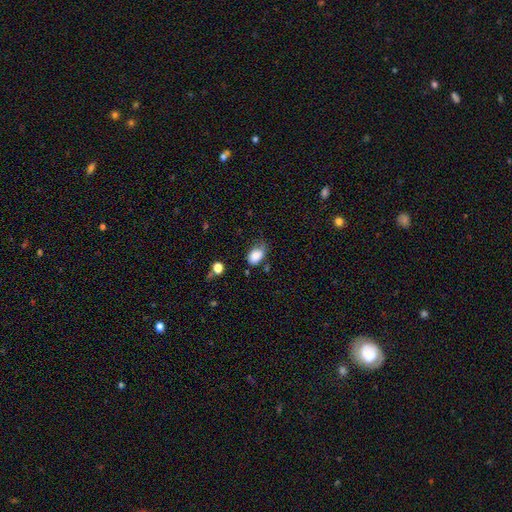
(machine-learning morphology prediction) smooth_or_featured: smooth (p=0.83) [alt: star or artifact p=0.09]
how_rounded: in between (p=0.84) [alt: round p=0.15]
merging: none (p=0.42) [alt: minor disturbance p=0.38]